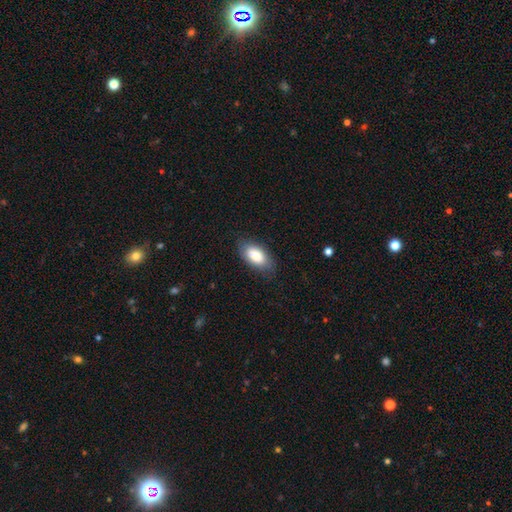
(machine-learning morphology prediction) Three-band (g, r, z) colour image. It shows a smooth galaxy with no disk features (82%) that is in between round and cigar-shaped (92%). Merging: none (80%).